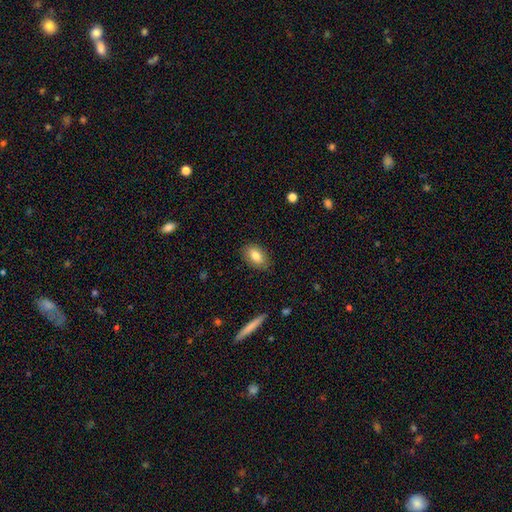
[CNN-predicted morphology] This is clearly a smooth galaxy (81%). How rounded: clearly in between (89%). Merging: clearly none (86%).